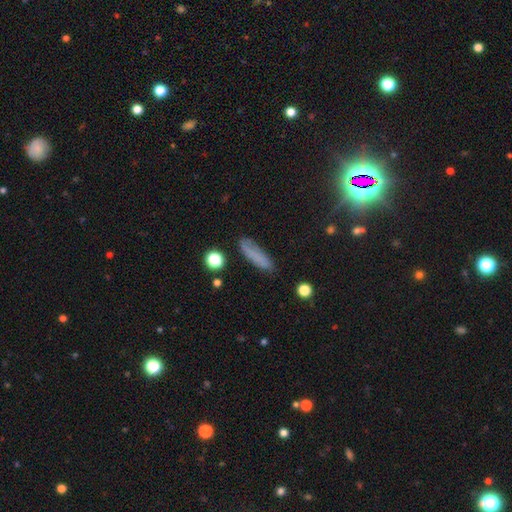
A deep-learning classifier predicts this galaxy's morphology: Overall: smooth (69%). How rounded: cigar-shaped (69%). Merging: none (74%).